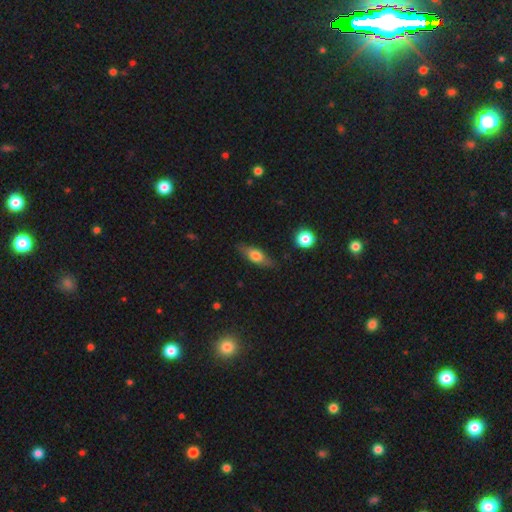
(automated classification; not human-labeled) This is possibly a smooth galaxy (59%). How rounded: possibly in between (59%). Merging: clearly none (81%).